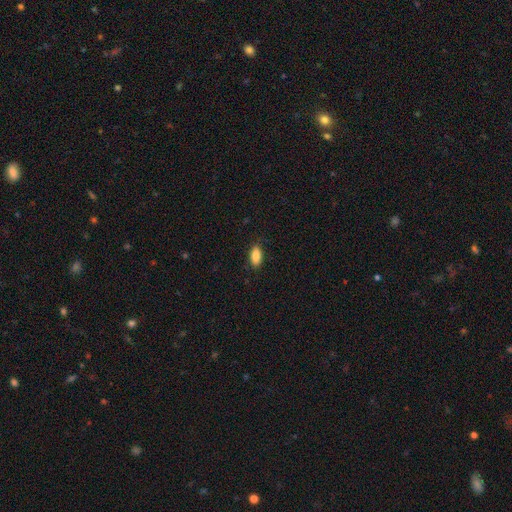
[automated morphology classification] Smooth or featured? smooth (86%)
How rounded? in between (90%)
Merging? none (86%)